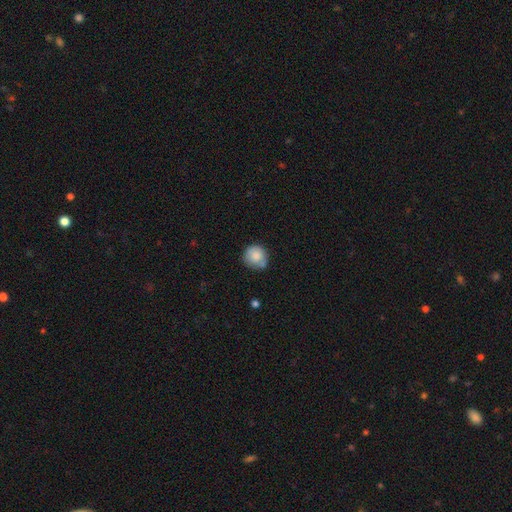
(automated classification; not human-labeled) smooth-or-featured: smooth: 83% | featured or disk: 10% | star or artifact: 8%
  how-rounded: round: 91% | in between: 9% | cigar-shaped: 1%
  merging: none: 63% | minor disturbance: 22% | merger: 10% | major disturbance: 5%